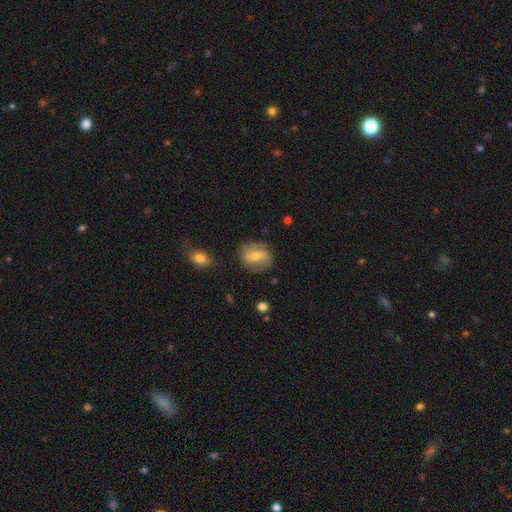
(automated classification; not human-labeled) Morphology: type=featured or disk (57%); edge-on=no (94%); bar=weak (42%); spiral arms=yes (76%); bulge=moderate (56%); merging=none (74%).